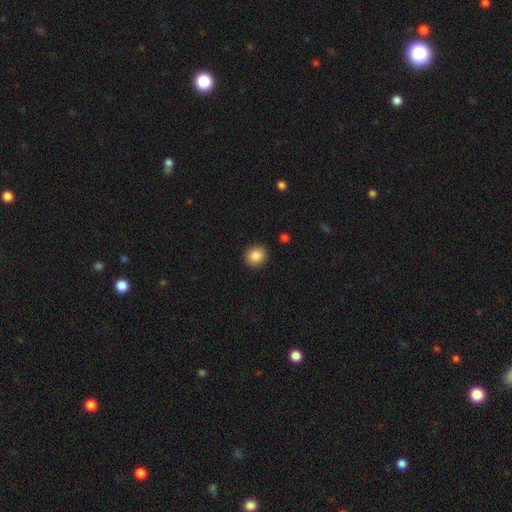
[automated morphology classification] Q: Smooth or featured?
A: smooth (87%); runner-up: star or artifact (9%)
Q: How rounded?
A: round (82%); runner-up: in between (17%)
Q: Merging?
A: none (91%); runner-up: minor disturbance (6%)